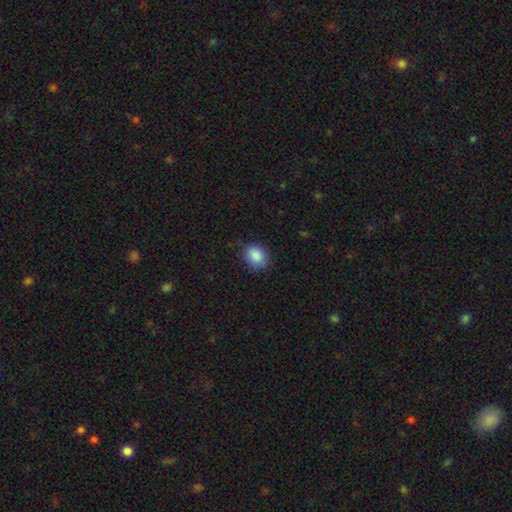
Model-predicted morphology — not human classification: Smooth or featured: smooth — 88% (star or artifact — 8%)
How rounded: in between — 57% (round — 42%)
Merging: none — 79% (minor disturbance — 16%)